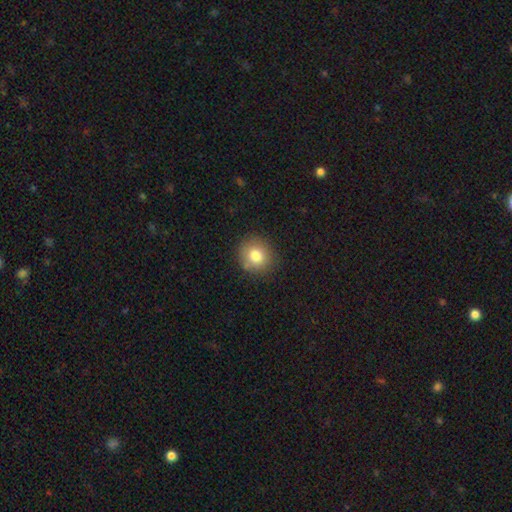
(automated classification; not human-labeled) Morphology: type=smooth (79%); roundness=round (86%); merging=none (85%).